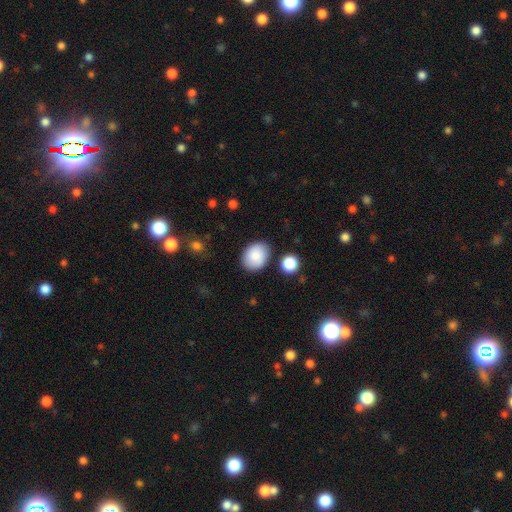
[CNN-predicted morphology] The model was most divided on "how rounded": in between: 57%, round: 42%, cigar-shaped: 1%. More confident: smooth or featured — smooth (86%); merging — none (81%).